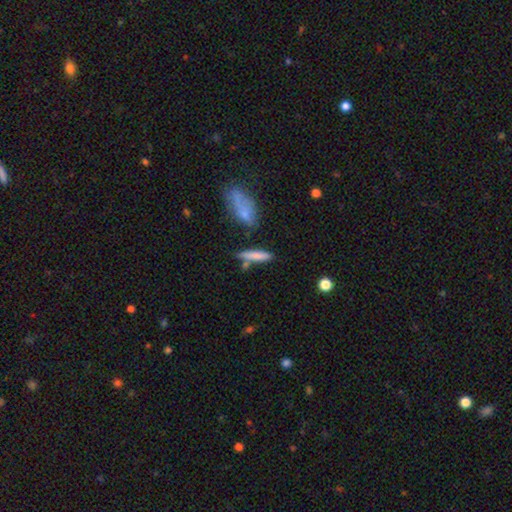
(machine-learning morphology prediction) A smooth galaxy with no disk features (77%) that is cigar-shaped (81%).

Vote fractions:
- Smooth or featured? smooth: 77% / featured or disk: 16% / star or artifact: 7%
- How rounded? cigar-shaped: 81% / in between: 17% / round: 2%
- Merging? none: 68% / merger: 15% / minor disturbance: 14% / major disturbance: 4%